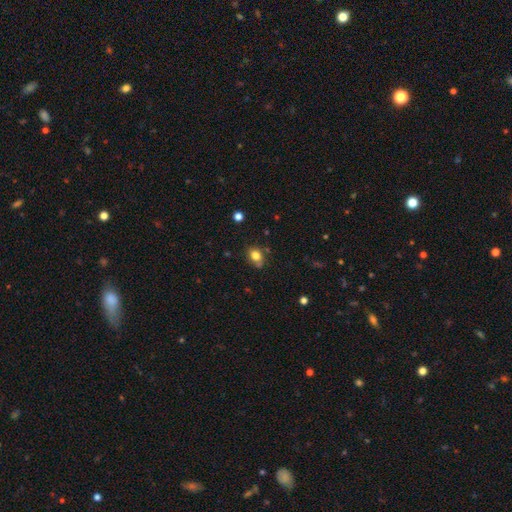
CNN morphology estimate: Smooth or featured? smooth (80%)
How rounded? in between (55%)
Merging? none (68%)